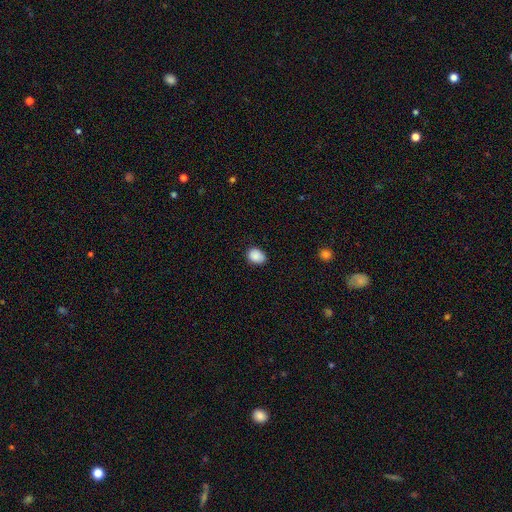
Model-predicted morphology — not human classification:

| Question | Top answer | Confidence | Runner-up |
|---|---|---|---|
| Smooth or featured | smooth | 88% | star or artifact (8%) |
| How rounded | in between | 59% | round (40%) |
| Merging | none | 80% | minor disturbance (16%) |